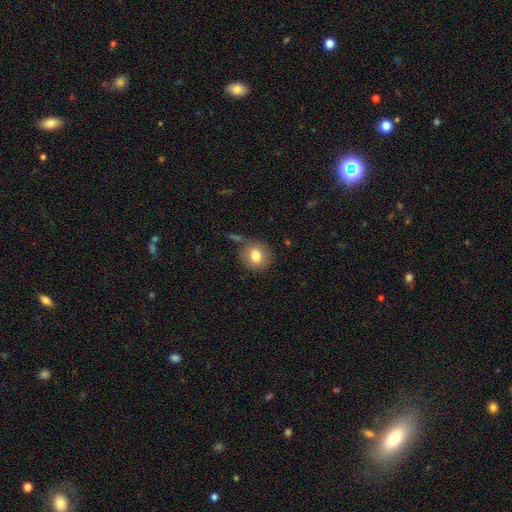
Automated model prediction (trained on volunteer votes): smooth 79%, featured or disk 12%, star or artifact 10%. Down the decision tree: how rounded — round (84%); merging — none (78%).